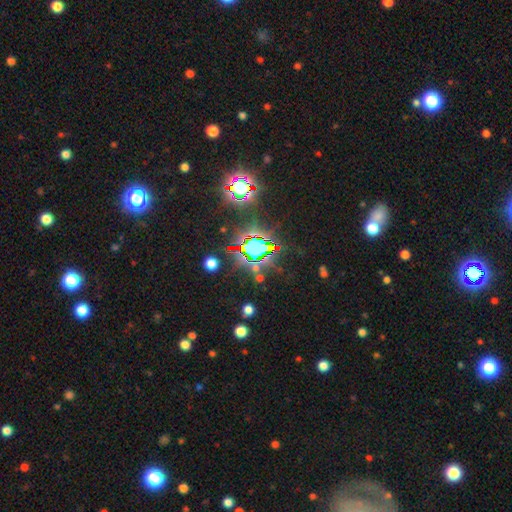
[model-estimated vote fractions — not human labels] Smooth or featured?
  - star or artifact: 79% *
  - smooth: 12%
  - featured or disk: 9%